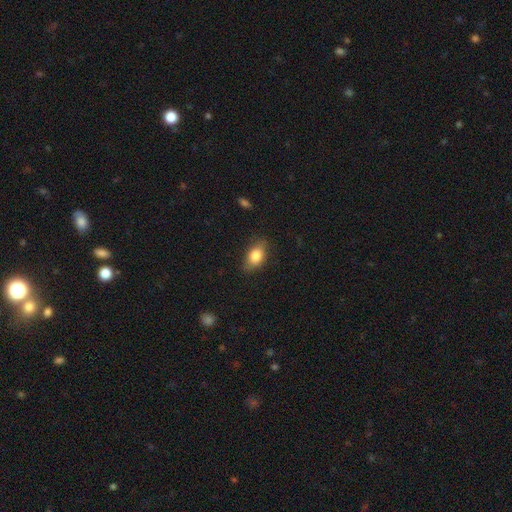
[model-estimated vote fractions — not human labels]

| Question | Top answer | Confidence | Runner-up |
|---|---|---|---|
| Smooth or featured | smooth | 80% | featured or disk (12%) |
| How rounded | in between | 84% | round (12%) |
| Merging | none | 79% | minor disturbance (17%) |